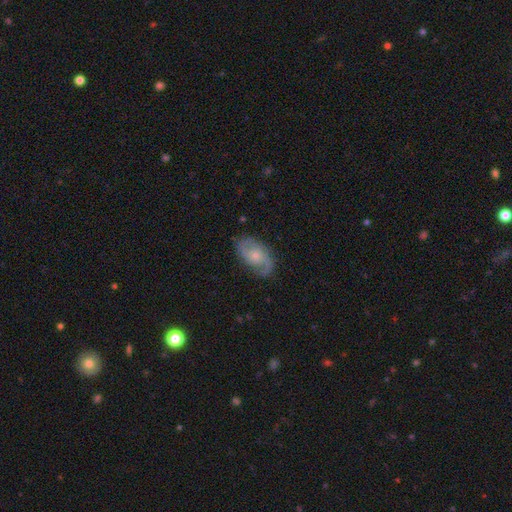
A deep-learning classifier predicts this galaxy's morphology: smooth_or_featured: featured or disk (p=0.76) [alt: smooth p=0.18]
disk_edge_on: no (p=0.96) [alt: yes p=0.04]
bar: no (p=0.69) [alt: weak p=0.27]
has_spiral_arms: yes (p=0.93) [alt: no p=0.07]
spiral_winding: medium (p=0.48) [alt: loose p=0.26]
spiral_arm_count: 2 (p=0.81) [alt: can't tell p=0.08]
bulge_size: small (p=0.53) [alt: moderate p=0.39]
merging: none (p=0.74) [alt: minor disturbance p=0.18]